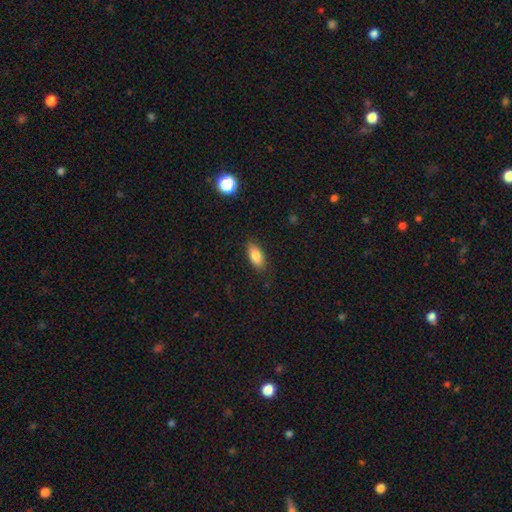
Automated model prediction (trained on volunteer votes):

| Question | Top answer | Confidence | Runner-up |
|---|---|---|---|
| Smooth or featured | smooth | 85% | featured or disk (8%) |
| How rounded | in between | 86% | cigar-shaped (12%) |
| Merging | none | 83% | minor disturbance (13%) |